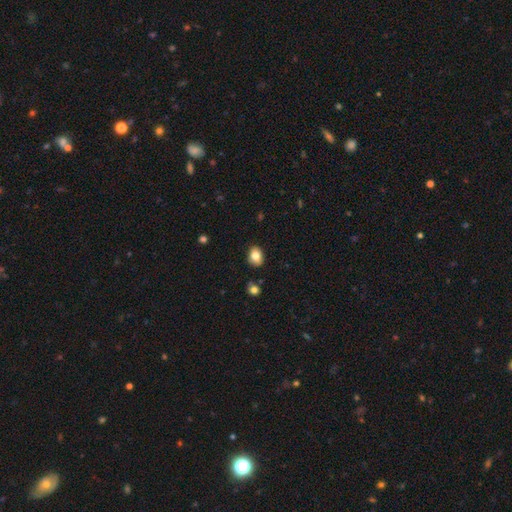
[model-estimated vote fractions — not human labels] The model was most divided on "how rounded": in between: 68%, round: 31%, cigar-shaped: 1%. More confident: merging — none (84%); smooth or featured — smooth (79%).